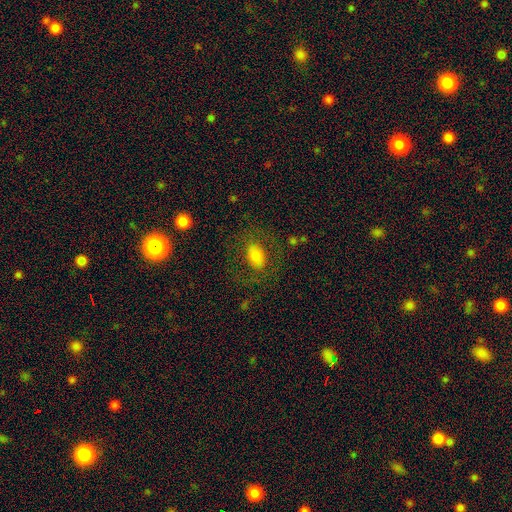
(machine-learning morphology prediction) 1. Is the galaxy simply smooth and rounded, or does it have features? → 66% smooth, 23% featured or disk, 11% star or artifact.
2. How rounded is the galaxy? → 79% in between, 20% round, 1% cigar-shaped.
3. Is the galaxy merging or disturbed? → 70% none, 14% major disturbance, 14% minor disturbance, 2% merger.